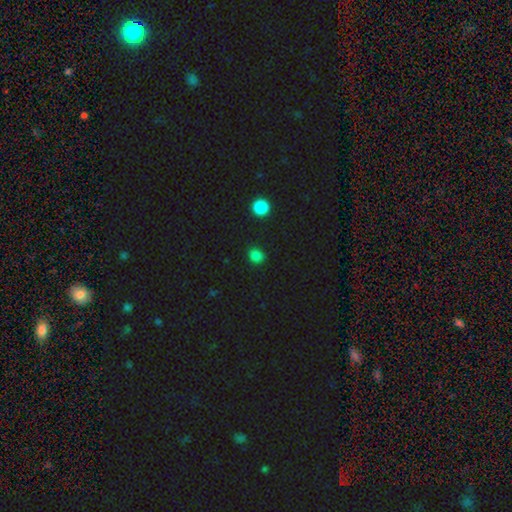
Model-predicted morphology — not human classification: This appears to be a smooth galaxy with no disk features (82%) that is round (69%). Merging: none (86%).